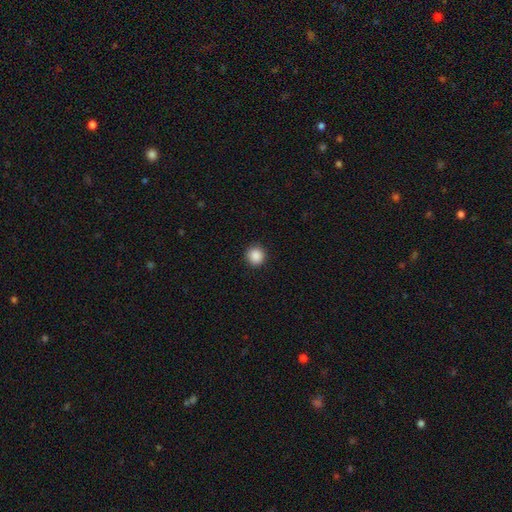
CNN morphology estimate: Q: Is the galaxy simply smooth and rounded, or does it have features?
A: smooth — 88%.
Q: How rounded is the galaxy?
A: round — 93%.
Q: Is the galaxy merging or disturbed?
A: none — 92%.